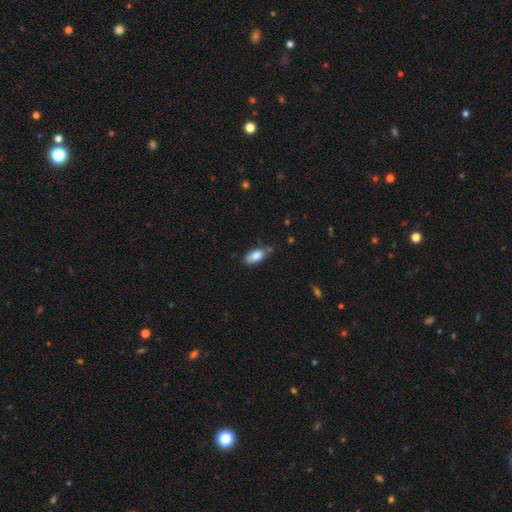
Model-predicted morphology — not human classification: smooth_or_featured: smooth (p=0.84) [alt: featured or disk p=0.09]
how_rounded: in between (p=0.90) [alt: cigar-shaped p=0.07]
merging: none (p=0.70) [alt: minor disturbance p=0.22]